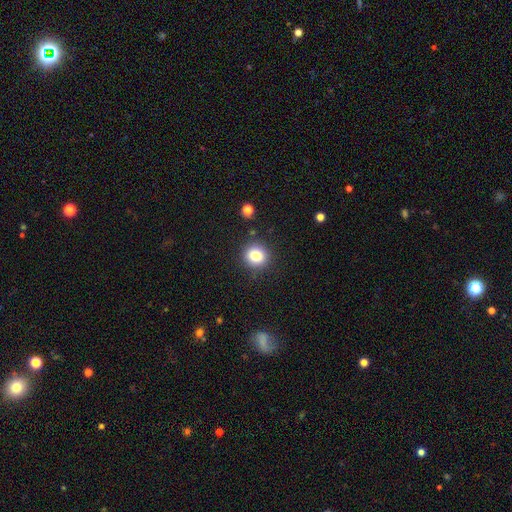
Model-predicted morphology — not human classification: A smooth galaxy with no disk features (81%) that is round (91%).

Vote fractions:
- Smooth or featured? smooth: 81% / star or artifact: 12% / featured or disk: 7%
- How rounded? round: 91% / in between: 8% / cigar-shaped: 1%
- Merging? none: 88% / minor disturbance: 7% / major disturbance: 2% / merger: 2%